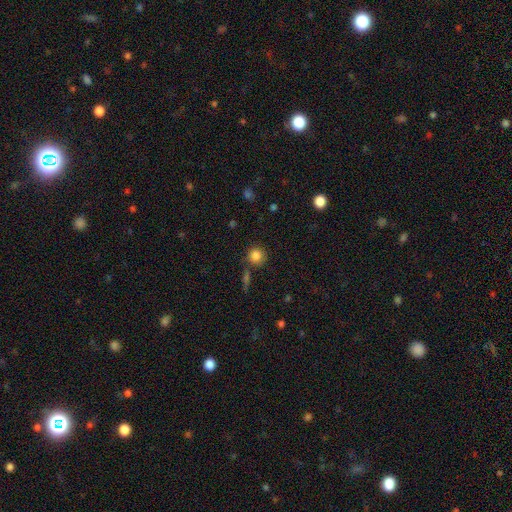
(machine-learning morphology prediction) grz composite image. It shows a smooth galaxy with no disk features (84%) that is round (91%). Merging: none (79%).